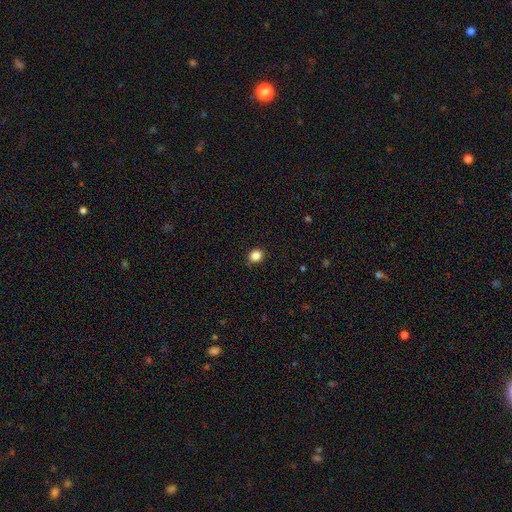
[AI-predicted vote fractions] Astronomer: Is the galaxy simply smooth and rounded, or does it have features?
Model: smooth — 86%.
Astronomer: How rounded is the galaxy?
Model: round — 62% (runner-up: in between, 37%).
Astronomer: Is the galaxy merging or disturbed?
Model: none — 85%.